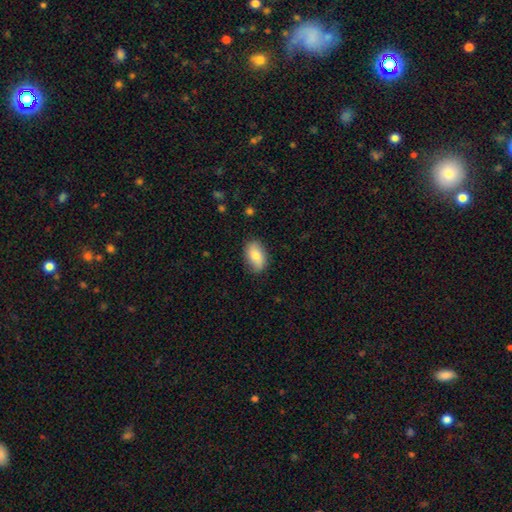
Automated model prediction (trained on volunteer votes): Smooth or featured: smooth — 78% (featured or disk — 15%)
How rounded: in between — 91% (round — 6%)
Merging: none — 84% (minor disturbance — 12%)